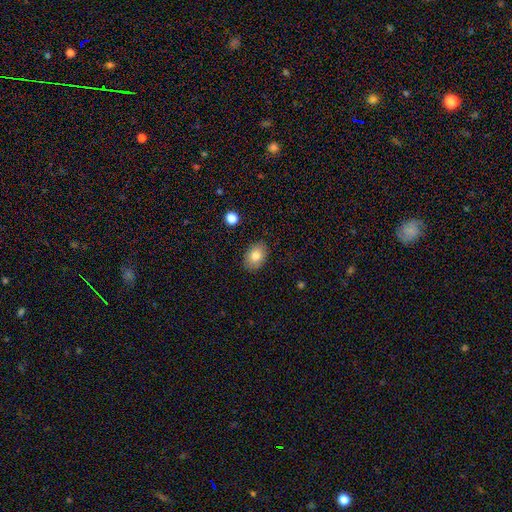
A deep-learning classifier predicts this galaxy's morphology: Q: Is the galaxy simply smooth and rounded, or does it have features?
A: smooth — 81%.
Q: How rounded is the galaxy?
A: in between — 79%.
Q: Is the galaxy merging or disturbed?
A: none — 86%.